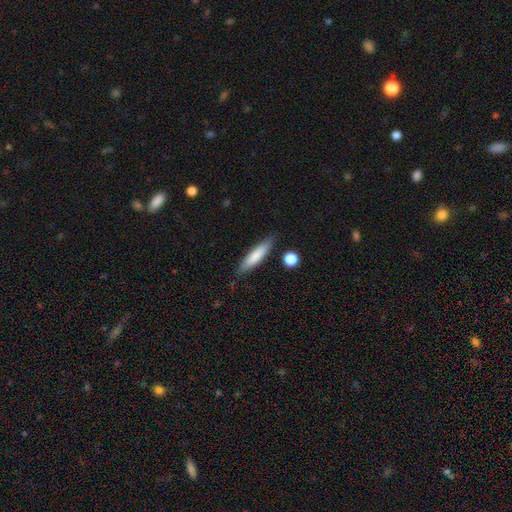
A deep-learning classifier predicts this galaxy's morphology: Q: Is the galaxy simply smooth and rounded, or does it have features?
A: smooth — 78%.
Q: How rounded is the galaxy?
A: cigar-shaped — 80%.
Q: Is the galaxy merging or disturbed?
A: none — 82%.